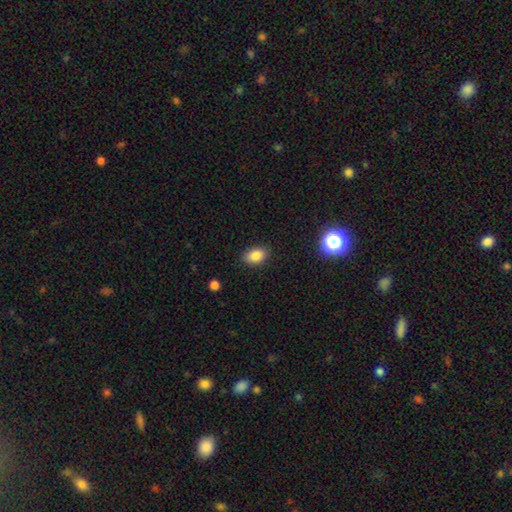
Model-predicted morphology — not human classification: Q: Smooth or featured?
A: smooth (84%); runner-up: star or artifact (10%)
Q: How rounded?
A: in between (84%); runner-up: round (15%)
Q: Merging?
A: none (86%); runner-up: minor disturbance (11%)